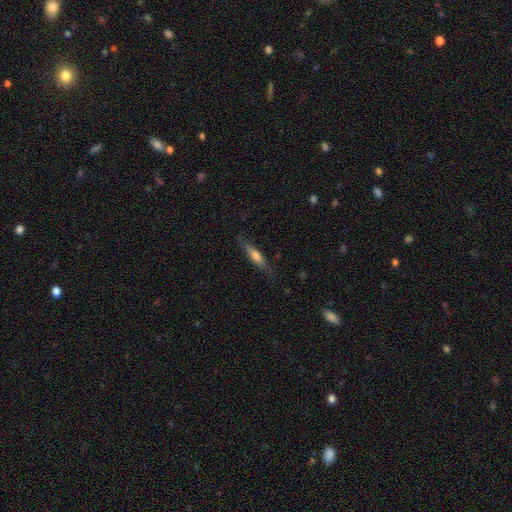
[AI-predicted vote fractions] This is possibly a smooth galaxy (55%). How rounded: clearly cigar-shaped (80%). Merging: likely none (77%).